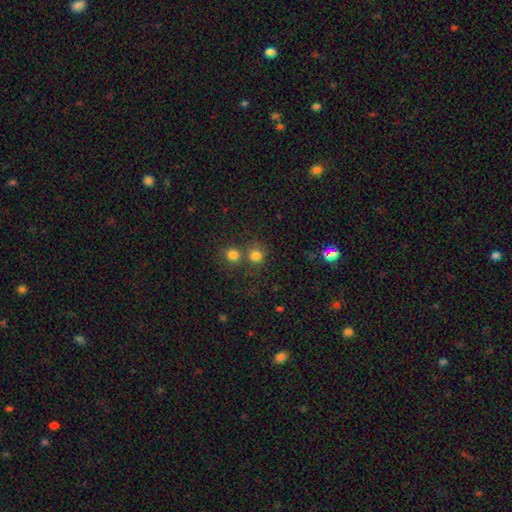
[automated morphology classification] Smooth or featured: smooth — 79% (star or artifact — 15%)
How rounded: round — 87% (in between — 12%)
Merging: none — 59% (merger — 31%)